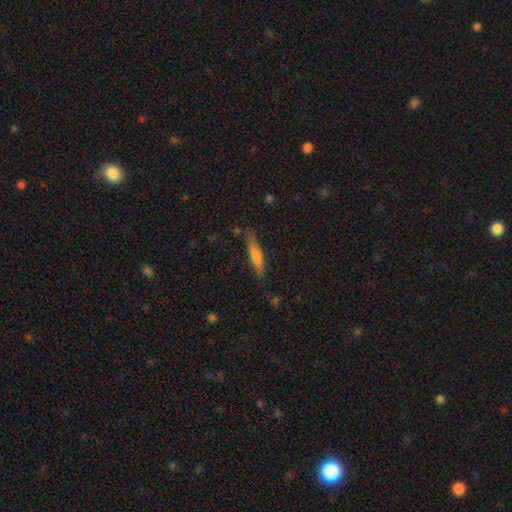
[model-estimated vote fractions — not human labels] smooth 58%, featured or disk 35%, star or artifact 7%. Down the decision tree: how rounded — cigar-shaped (88%); merging — none (84%).